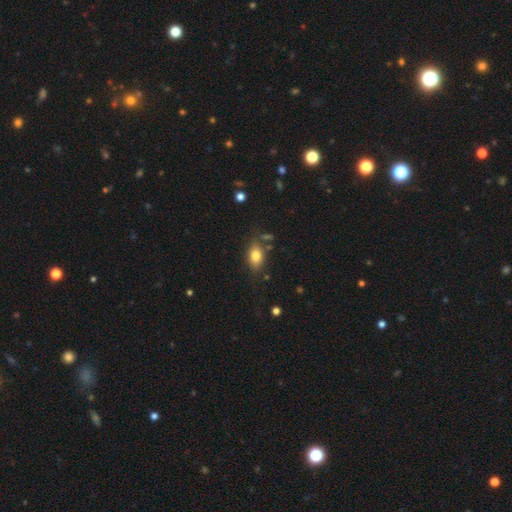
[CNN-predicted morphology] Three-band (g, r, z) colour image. It shows a smooth galaxy with no disk features (78%) that is in between round and cigar-shaped (84%). Merging: none (72%).